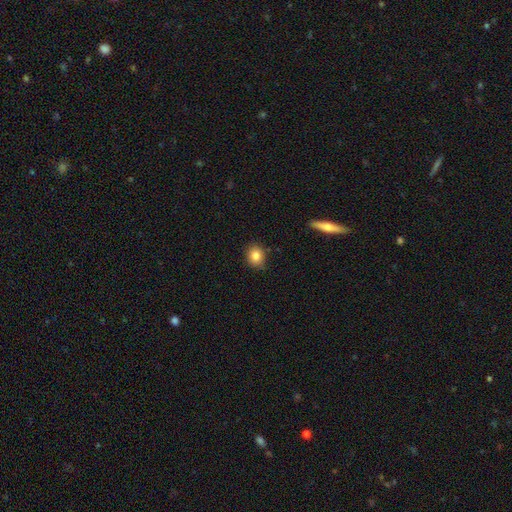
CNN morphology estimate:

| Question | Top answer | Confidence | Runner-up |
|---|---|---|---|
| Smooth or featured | smooth | 84% | star or artifact (9%) |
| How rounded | round | 66% | in between (33%) |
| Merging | none | 84% | minor disturbance (12%) |